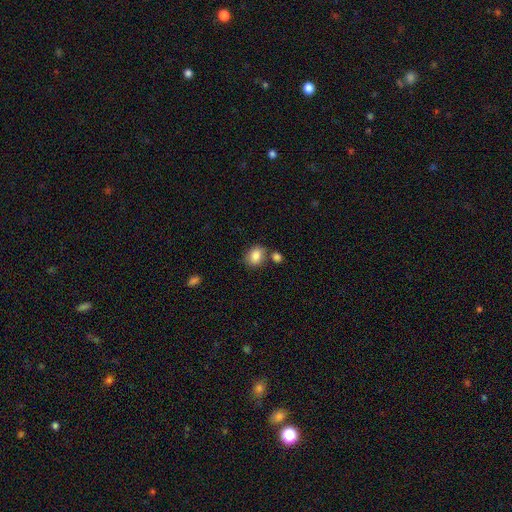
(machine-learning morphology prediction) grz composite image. It shows a smooth galaxy with no disk features (85%) that is in between round and cigar-shaped (56%). Merging: none (65%).